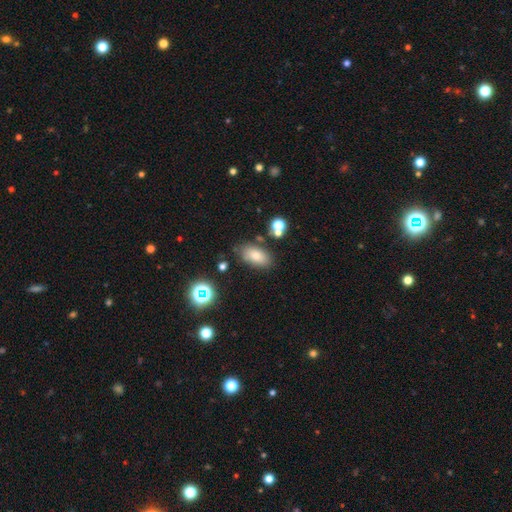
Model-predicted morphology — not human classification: The model was most divided on "merging": none: 77%, minor disturbance: 14%, merger: 5%, major disturbance: 4%. More confident: how rounded — in between (91%); smooth or featured — smooth (79%).